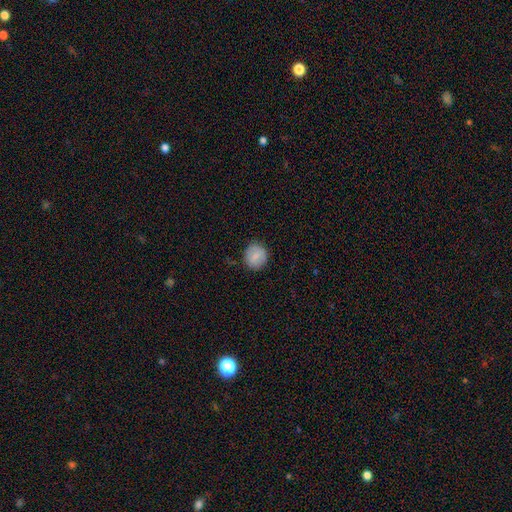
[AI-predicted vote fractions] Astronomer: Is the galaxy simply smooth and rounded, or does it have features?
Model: smooth — 77%.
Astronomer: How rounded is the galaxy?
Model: round — 85%.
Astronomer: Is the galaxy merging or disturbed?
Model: none — 86%.